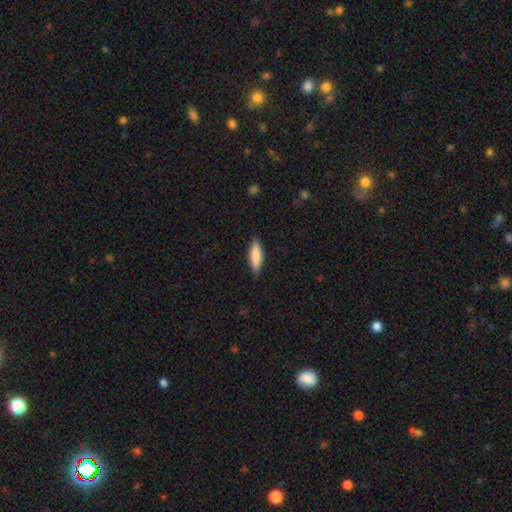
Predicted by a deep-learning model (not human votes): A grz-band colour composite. It shows a smooth galaxy with no disk features (82%) that is cigar-shaped (51%). Merging: none (83%).